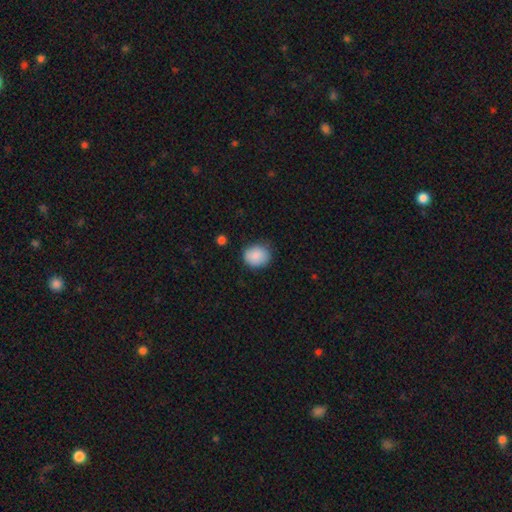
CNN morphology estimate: A smooth galaxy with no disk features (88%) that is round (73%).

Vote fractions:
- Smooth or featured? smooth: 88% / star or artifact: 7% / featured or disk: 5%
- How rounded? round: 73% / in between: 26% / cigar-shaped: 1%
- Merging? none: 80% / minor disturbance: 16% / major disturbance: 3% / merger: 1%